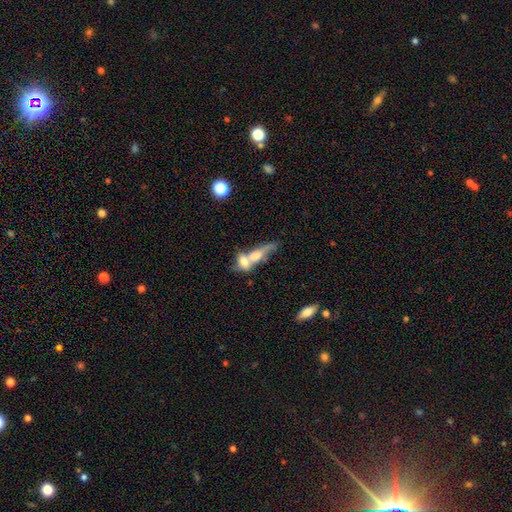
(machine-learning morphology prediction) smooth-or-featured: smooth: 57% | featured or disk: 34% | star or artifact: 9%
  how-rounded: in between: 58% | cigar-shaped: 28% | round: 14%
  merging: merger: 74% | none: 12% | major disturbance: 9% | minor disturbance: 6%